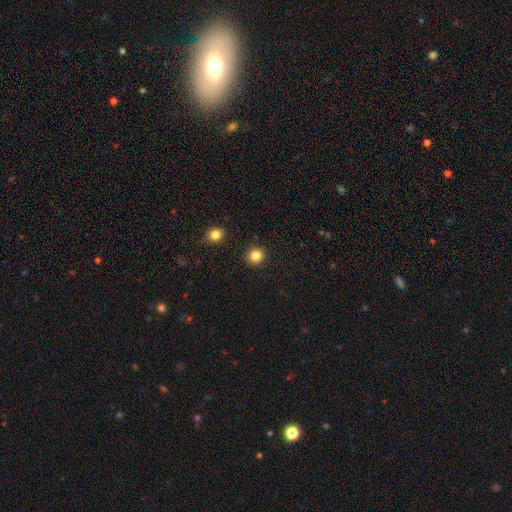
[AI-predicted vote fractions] smooth 85%, star or artifact 11%, featured or disk 4%. Down the decision tree: how rounded — round (88%); merging — none (91%).